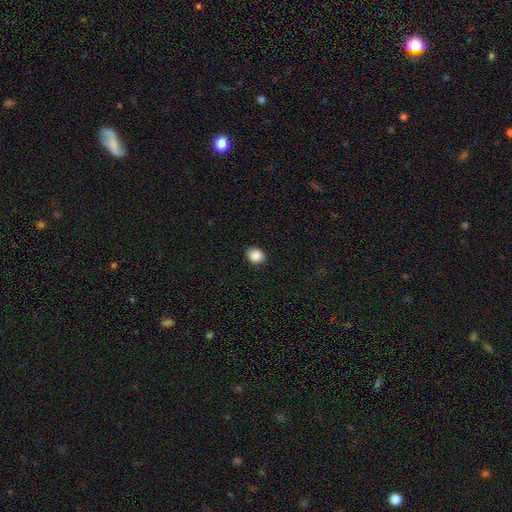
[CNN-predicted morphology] This appears to be a smooth galaxy with no disk features (88%) that is round (62%). Merging: none (88%).